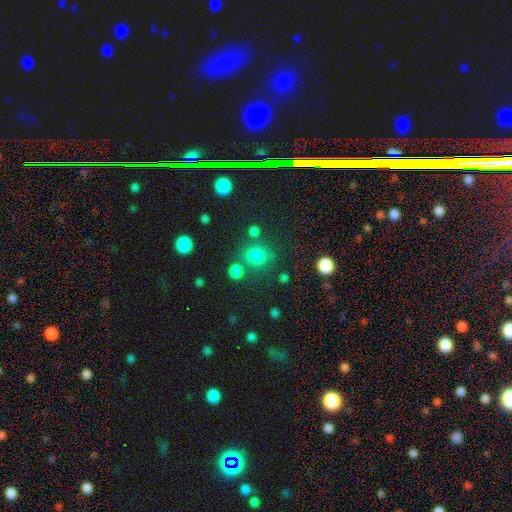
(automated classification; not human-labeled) smooth 78%, star or artifact 16%, featured or disk 6%. Down the decision tree: how rounded — round (84%); merging — none (72%).